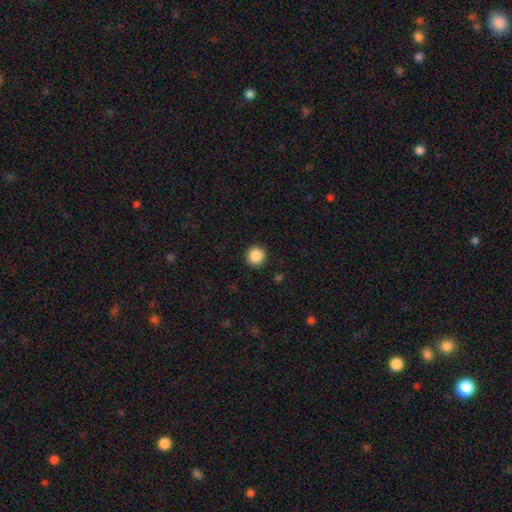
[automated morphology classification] A smooth galaxy with no disk features (87%) that is round (96%).

Vote fractions:
- Smooth or featured? smooth: 87% / star or artifact: 10% / featured or disk: 3%
- How rounded? round: 96% / in between: 3% / cigar-shaped: 1%
- Merging? none: 92% / minor disturbance: 5% / major disturbance: 2% / merger: 1%